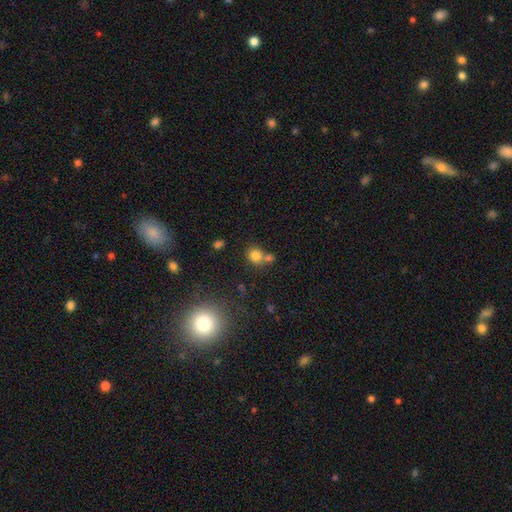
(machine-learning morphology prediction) smooth_or_featured: smooth (p=0.79) [alt: star or artifact p=0.13]
how_rounded: round (p=0.77) [alt: in between p=0.22]
merging: none (p=0.53) [alt: merger p=0.34]